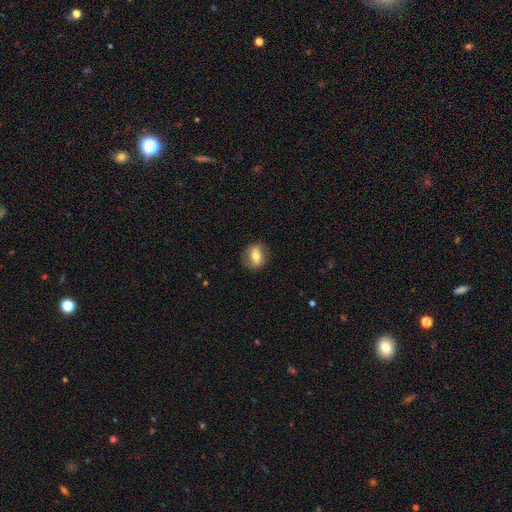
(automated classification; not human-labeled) Smooth or featured: smooth — 53% (featured or disk — 39%)
How rounded: round — 49% (in between — 48%)
Merging: none — 83% (minor disturbance — 12%)